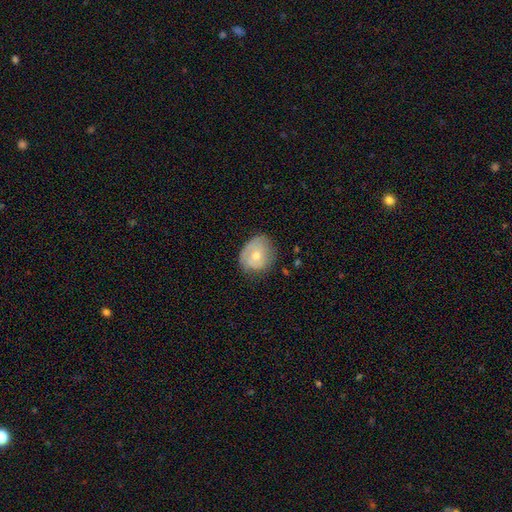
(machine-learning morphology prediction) A smooth galaxy with no disk features (58%) that is round (68%). Merging: none (60%).